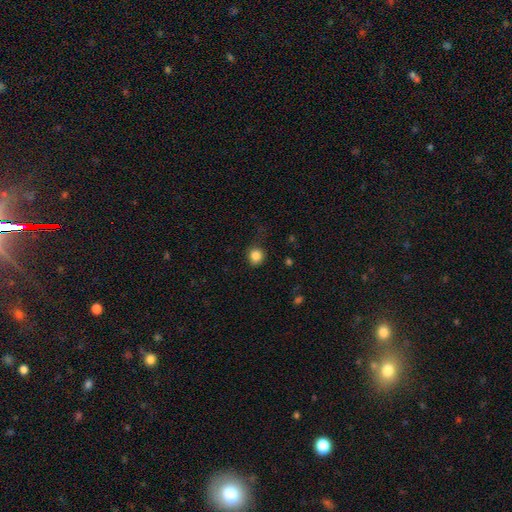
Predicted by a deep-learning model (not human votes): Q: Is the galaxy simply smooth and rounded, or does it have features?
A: smooth — 84%.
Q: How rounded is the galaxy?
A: round — 83%.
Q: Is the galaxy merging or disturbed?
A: none — 74%.